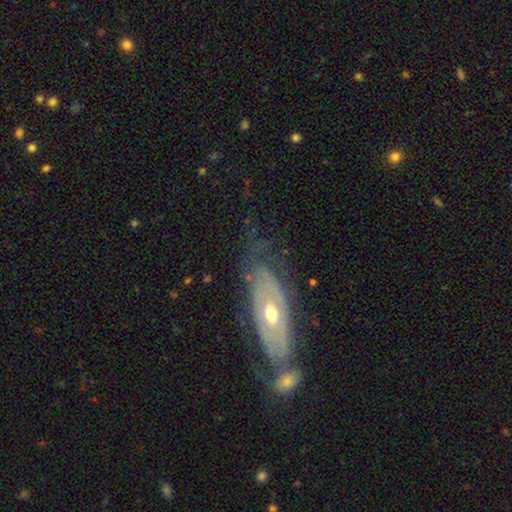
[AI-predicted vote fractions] Morphology: type=featured or disk (76%); edge-on=no (82%); bar=no (81%); spiral arms=yes (68%); bulge=moderate (61%); merging=none (56%).